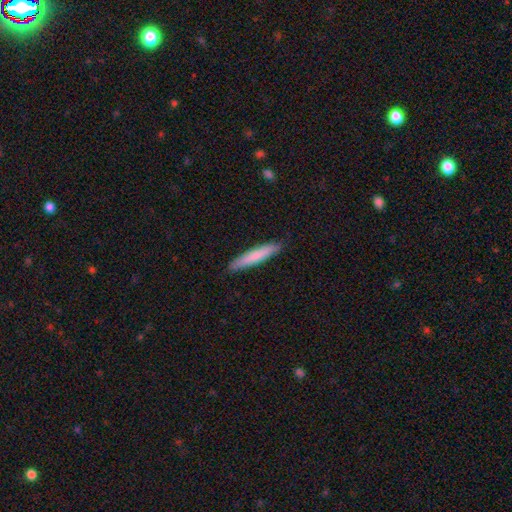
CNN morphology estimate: Overall: smooth (78%). How rounded: cigar-shaped (93%). Merging: none (90%).